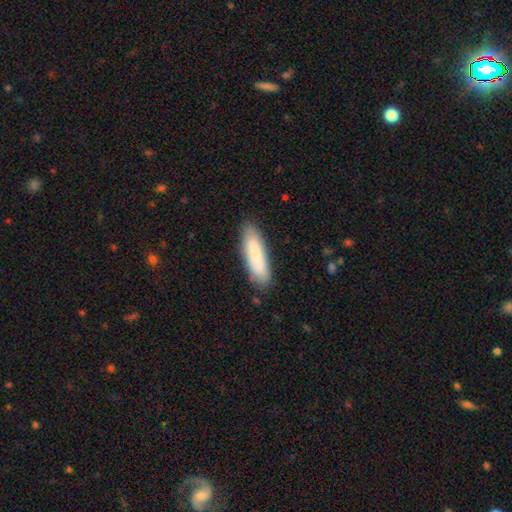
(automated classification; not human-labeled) Smooth or featured: smooth — 77% (featured or disk — 17%)
How rounded: cigar-shaped — 59% (in between — 40%)
Merging: none — 83% (minor disturbance — 13%)